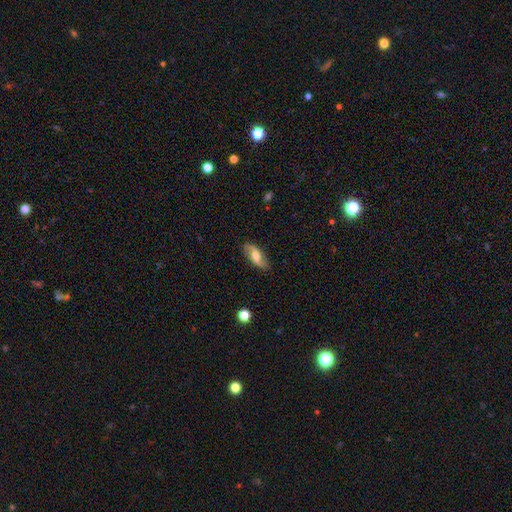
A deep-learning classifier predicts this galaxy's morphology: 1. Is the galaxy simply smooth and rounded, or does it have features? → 63% featured or disk, 31% smooth, 7% star or artifact.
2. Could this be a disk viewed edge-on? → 87% no, 13% yes.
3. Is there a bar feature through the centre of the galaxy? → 41% weak, 40% no, 19% strong.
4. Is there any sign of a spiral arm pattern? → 87% yes, 13% no.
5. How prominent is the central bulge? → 65% moderate, 20% small, 11% large, 3% none, 2% dominant.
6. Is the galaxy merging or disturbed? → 84% none, 12% minor disturbance, 3% major disturbance, 1% merger.